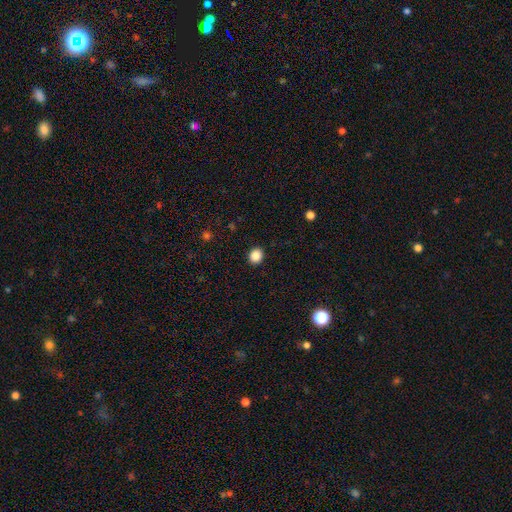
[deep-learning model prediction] A smooth galaxy with no disk features (87%) that is round (74%).

Vote fractions:
- Smooth or featured? smooth: 87% / star or artifact: 10% / featured or disk: 3%
- How rounded? round: 74% / in between: 25% / cigar-shaped: 1%
- Merging? none: 92% / minor disturbance: 6% / major disturbance: 2% / merger: 1%